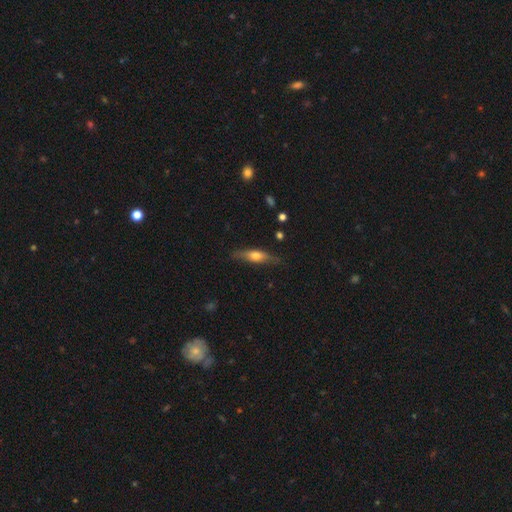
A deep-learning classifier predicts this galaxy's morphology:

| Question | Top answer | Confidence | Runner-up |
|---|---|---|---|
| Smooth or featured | smooth | 48% | featured or disk (46%) |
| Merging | none | 79% | minor disturbance (16%) |